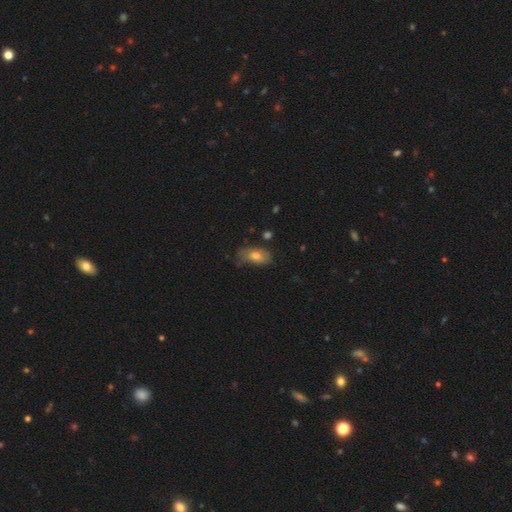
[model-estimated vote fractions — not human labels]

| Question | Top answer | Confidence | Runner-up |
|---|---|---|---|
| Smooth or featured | smooth | 74% | featured or disk (17%) |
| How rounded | in between | 88% | round (8%) |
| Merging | none | 57% | minor disturbance (31%) |